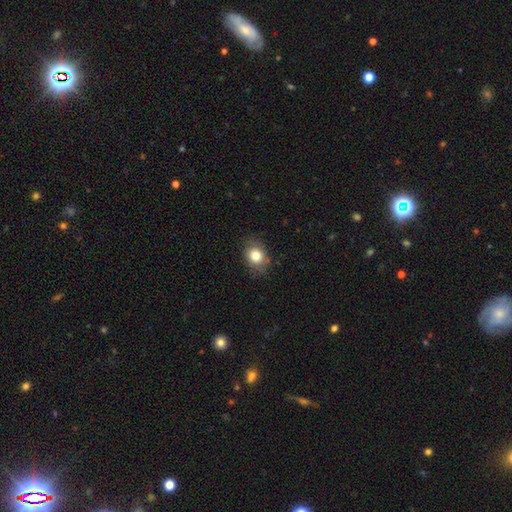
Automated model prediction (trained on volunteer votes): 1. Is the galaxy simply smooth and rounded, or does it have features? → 80% smooth, 10% star or artifact, 10% featured or disk.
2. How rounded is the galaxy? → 52% round, 46% in between, 1% cigar-shaped.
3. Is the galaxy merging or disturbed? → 79% none, 16% minor disturbance, 4% major disturbance, 1% merger.